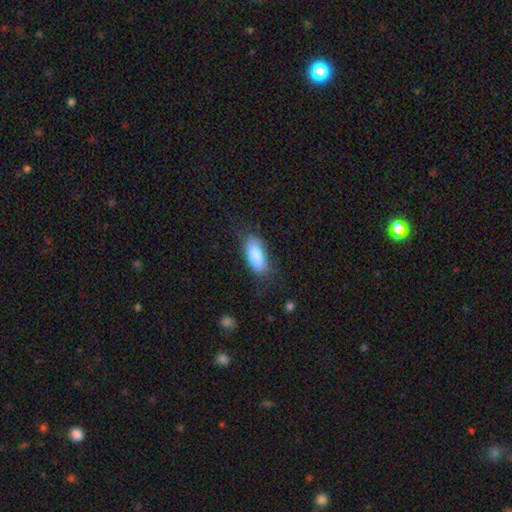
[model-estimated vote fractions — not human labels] Overall: smooth (84%). How rounded: in between (84%). Merging: none (72%).